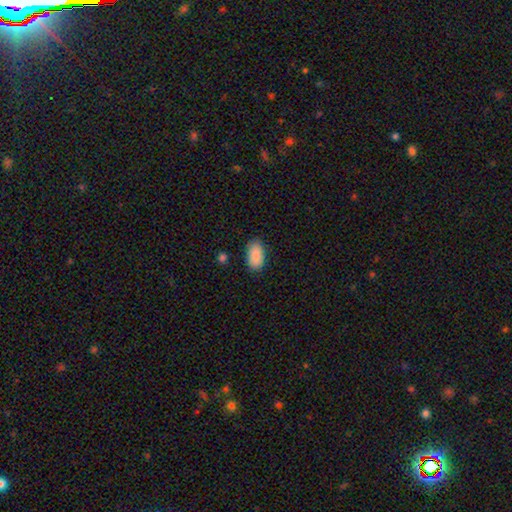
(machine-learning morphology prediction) This appears to be a smooth galaxy with no disk features (90%) that is in between round and cigar-shaped (94%). Merging: none (82%).